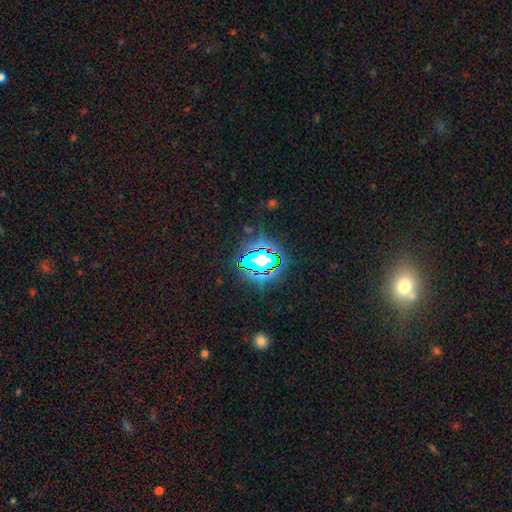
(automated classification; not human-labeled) This is likely a star or artifact rather than a galaxy (78%).